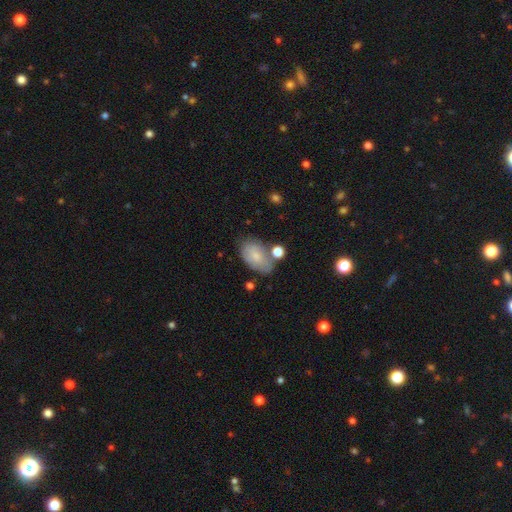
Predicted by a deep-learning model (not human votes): This appears to be a smooth galaxy with no disk features (73%) that is in between round and cigar-shaped (89%). Merging: none (55%).